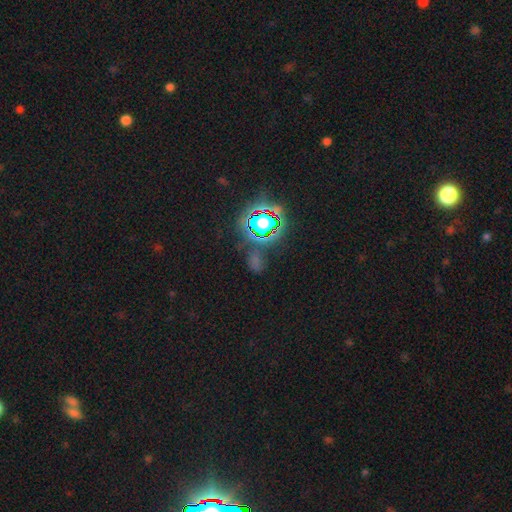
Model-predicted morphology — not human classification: This appears to be a star or artifact, not a galaxy (71%).